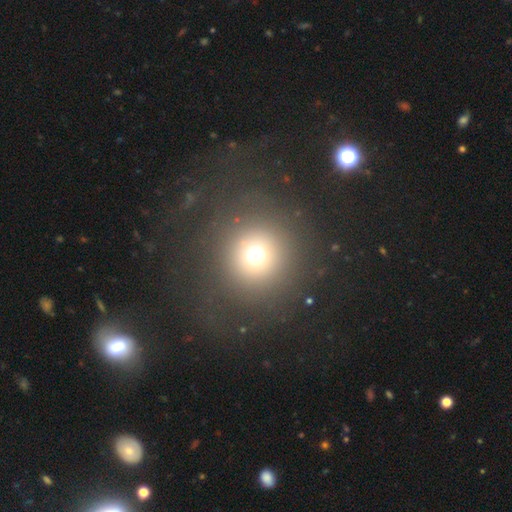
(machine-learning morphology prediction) smooth-or-featured: smooth: 68% | star or artifact: 23% | featured or disk: 9%
  how-rounded: round: 95% | in between: 4% | cigar-shaped: 1%
  merging: none: 83% | minor disturbance: 7% | major disturbance: 7% | merger: 3%